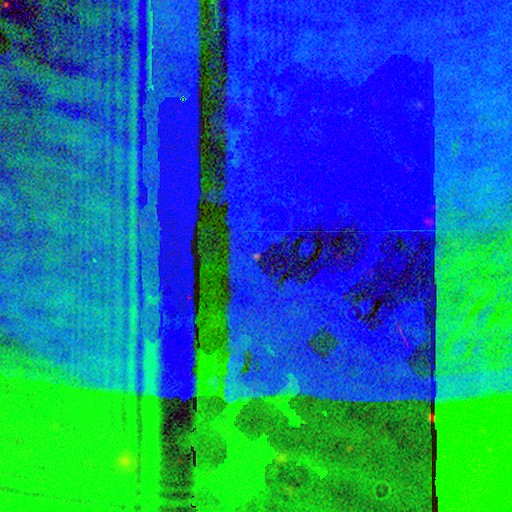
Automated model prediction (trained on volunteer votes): smooth_or_featured: star or artifact (p=0.89) [alt: featured or disk p=0.06]